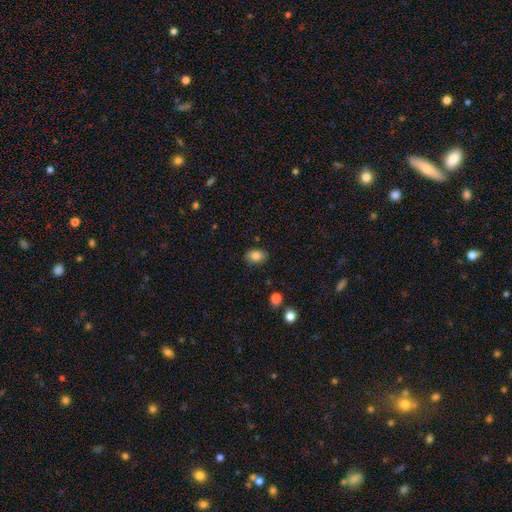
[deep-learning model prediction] A smooth galaxy with no disk features (84%) that is in between round and cigar-shaped (78%).

Vote fractions:
- Smooth or featured? smooth: 84% / star or artifact: 9% / featured or disk: 8%
- How rounded? in between: 78% / round: 20% / cigar-shaped: 1%
- Merging? none: 85% / minor disturbance: 11% / major disturbance: 2% / merger: 1%